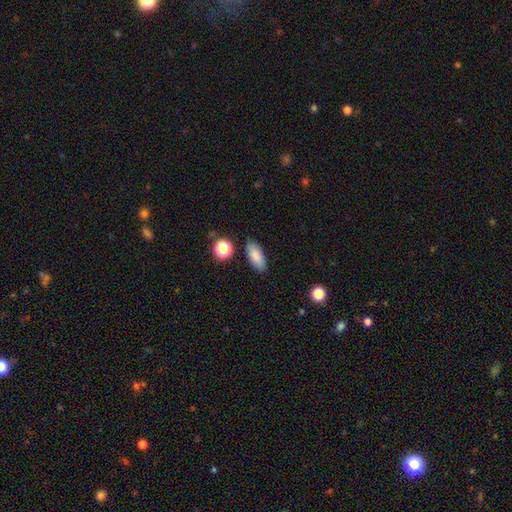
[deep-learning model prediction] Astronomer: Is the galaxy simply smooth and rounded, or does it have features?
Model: smooth — 84%.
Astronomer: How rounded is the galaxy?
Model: in between — 82%.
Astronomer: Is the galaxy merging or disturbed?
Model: none — 86%.